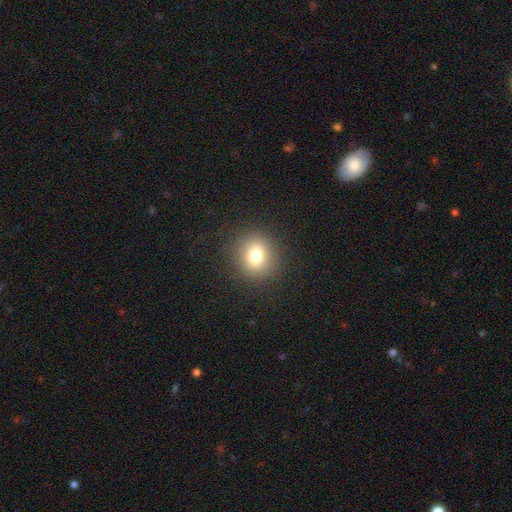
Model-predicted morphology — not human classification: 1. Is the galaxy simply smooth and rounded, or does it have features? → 78% smooth, 13% star or artifact, 10% featured or disk.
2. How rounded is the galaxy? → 81% round, 18% in between, 1% cigar-shaped.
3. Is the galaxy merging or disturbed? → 89% none, 7% minor disturbance, 3% major disturbance, 1% merger.